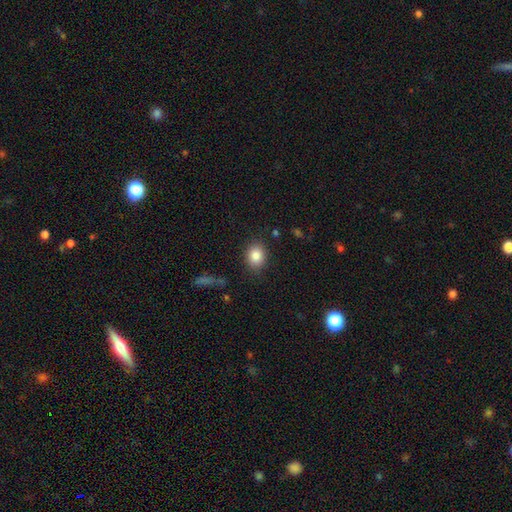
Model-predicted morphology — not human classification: smooth_or_featured: smooth (p=0.84) [alt: star or artifact p=0.09]
how_rounded: round (p=0.52) [alt: in between p=0.47]
merging: none (p=0.85) [alt: minor disturbance p=0.10]